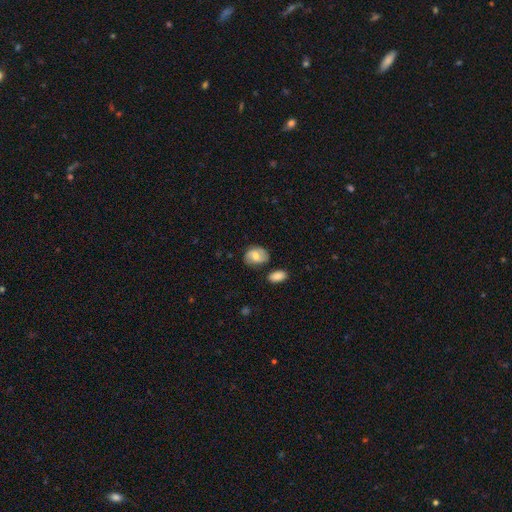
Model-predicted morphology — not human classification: A smooth galaxy with no disk features (52%) that is in between round and cigar-shaped (67%). Merging: none (68%).